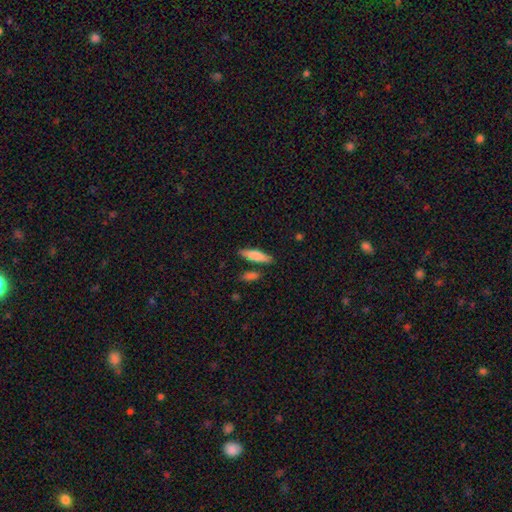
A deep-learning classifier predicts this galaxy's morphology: Q: Smooth or featured?
A: smooth (74%); runner-up: featured or disk (20%)
Q: How rounded?
A: cigar-shaped (65%); runner-up: in between (33%)
Q: Merging?
A: none (81%); runner-up: minor disturbance (10%)